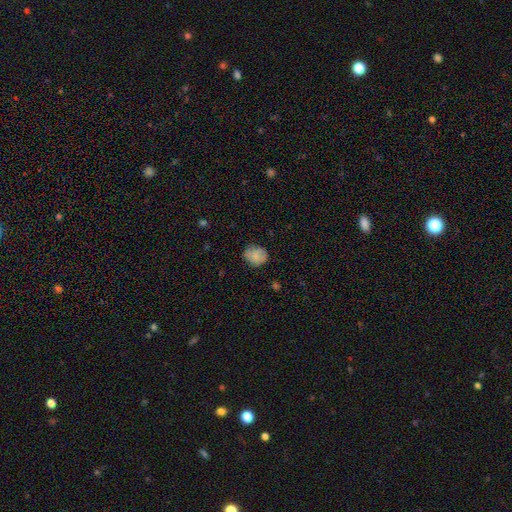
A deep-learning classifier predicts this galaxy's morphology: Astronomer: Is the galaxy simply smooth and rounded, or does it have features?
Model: smooth — 72%.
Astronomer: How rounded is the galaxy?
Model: round — 71%.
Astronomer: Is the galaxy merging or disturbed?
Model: none — 69%.